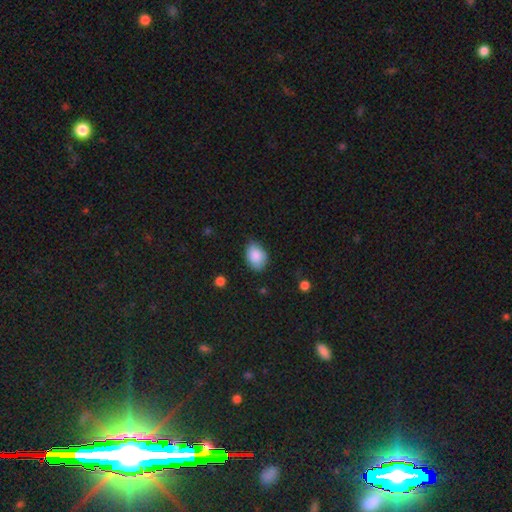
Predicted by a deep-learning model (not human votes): smooth 87%, star or artifact 7%, featured or disk 6%. Down the decision tree: how rounded — in between (79%); merging — none (72%).